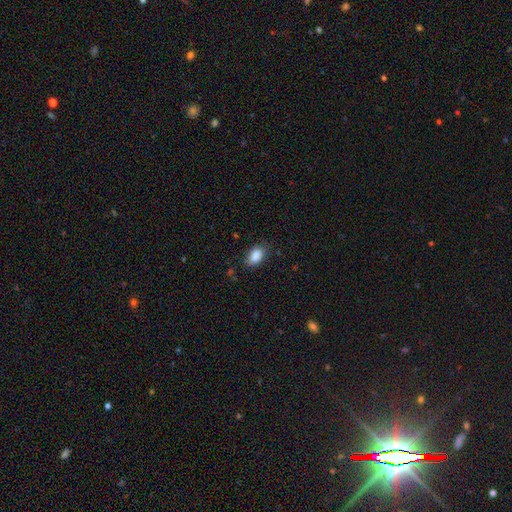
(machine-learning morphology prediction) A smooth galaxy with no disk features (88%) that is in between round and cigar-shaped (89%).

Vote fractions:
- Smooth or featured? smooth: 88% / star or artifact: 8% / featured or disk: 4%
- How rounded? in between: 89% / round: 9% / cigar-shaped: 2%
- Merging? none: 79% / minor disturbance: 16% / major disturbance: 4% / merger: 1%